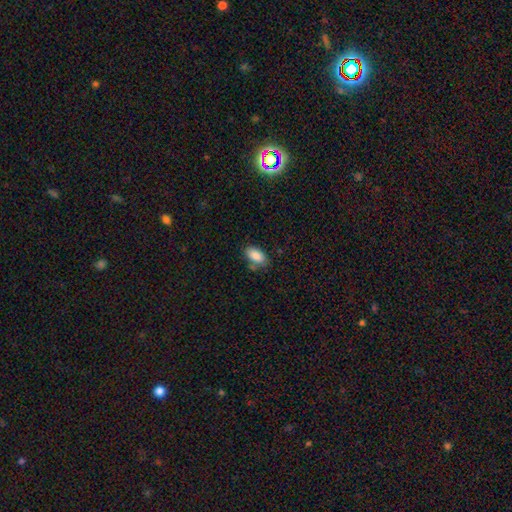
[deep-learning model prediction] Q: Smooth or featured?
A: smooth (87%); runner-up: star or artifact (7%)
Q: How rounded?
A: in between (93%); runner-up: cigar-shaped (4%)
Q: Merging?
A: none (74%); runner-up: minor disturbance (16%)